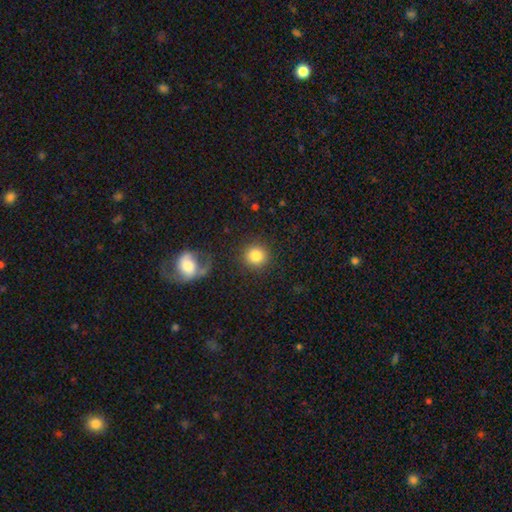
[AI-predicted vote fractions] The model was most divided on "smooth or featured": smooth: 84%, star or artifact: 10%, featured or disk: 7%. More confident: how rounded — round (93%); merging — none (86%).